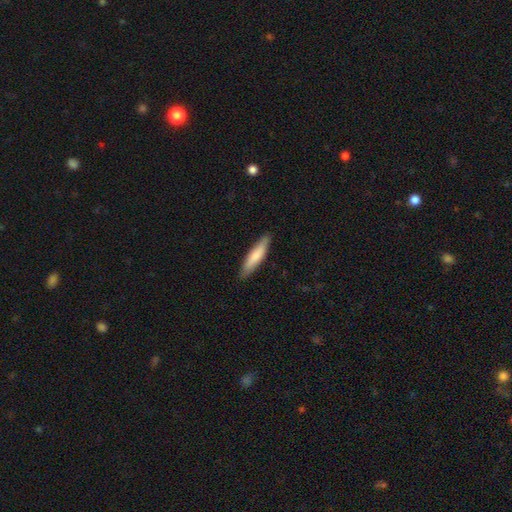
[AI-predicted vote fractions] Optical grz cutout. It shows a smooth galaxy with no disk features (75%) that is cigar-shaped (81%). Merging: none (88%).